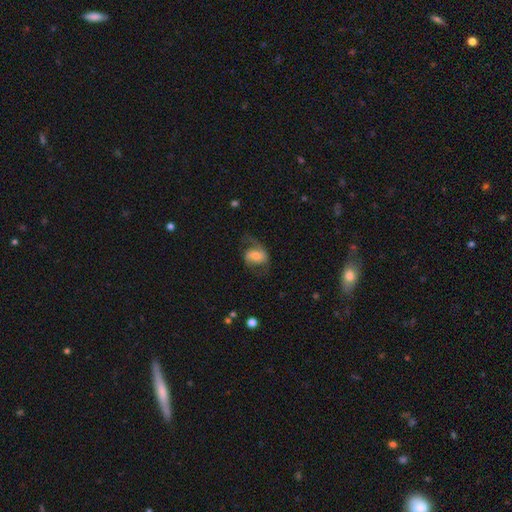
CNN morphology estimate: A featured or disk galaxy (58%) with no bar (42%), spiral arms (85%) and a moderate central bulge (54%). Merging: none (54%).